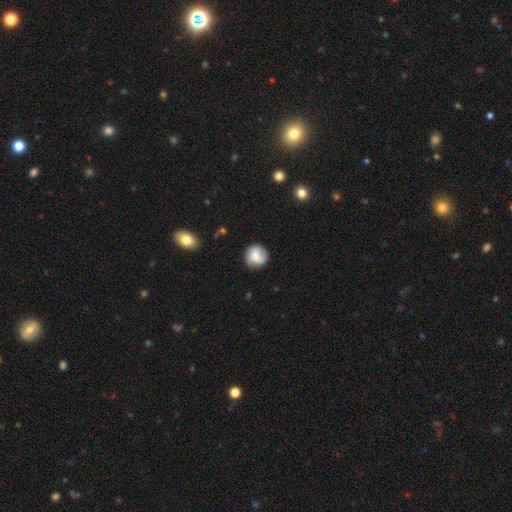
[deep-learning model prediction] smooth 57%, featured or disk 35%, star or artifact 8%. Down the decision tree: how rounded — round (87%); merging — none (73%).